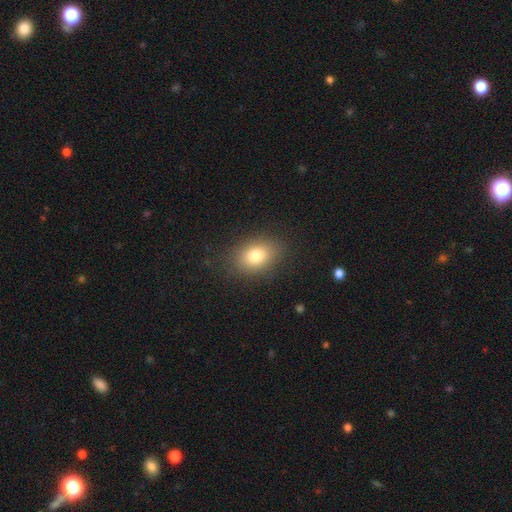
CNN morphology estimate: A smooth galaxy with no disk features (79%) that is in between round and cigar-shaped (67%).

Vote fractions:
- Smooth or featured? smooth: 79% / star or artifact: 11% / featured or disk: 10%
- How rounded? in between: 67% / round: 32% / cigar-shaped: 1%
- Merging? none: 85% / minor disturbance: 10% / major disturbance: 4% / merger: 1%